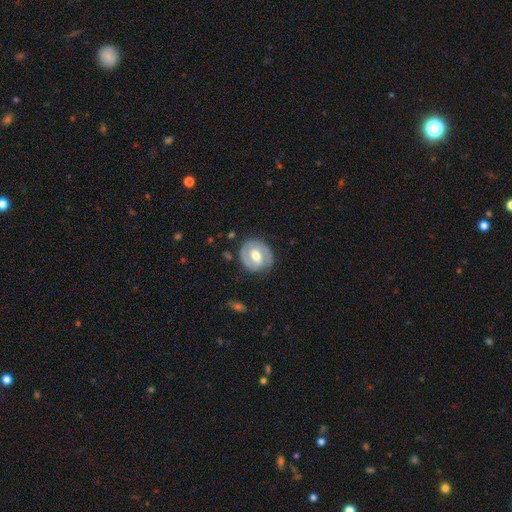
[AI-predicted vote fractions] featured or disk 65%, smooth 30%, star or artifact 5%. Down the decision tree: edge-on disk — no (97%); bar — weak (47%); spiral arms — yes (68%); bulge size — moderate (72%); merging — none (80%).